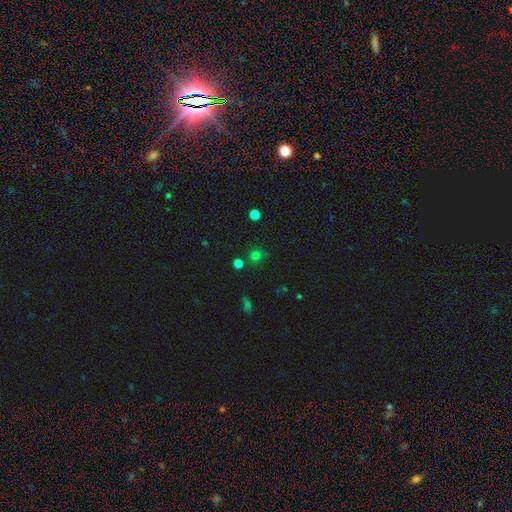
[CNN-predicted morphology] Overall: smooth (70%). How rounded: round (89%). Merging: none (77%).